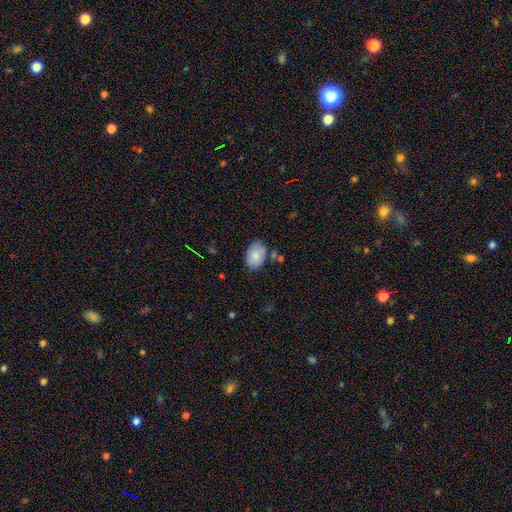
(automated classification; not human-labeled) A smooth galaxy with no disk features (84%) that is in between round and cigar-shaped (87%). Merging: none (75%).